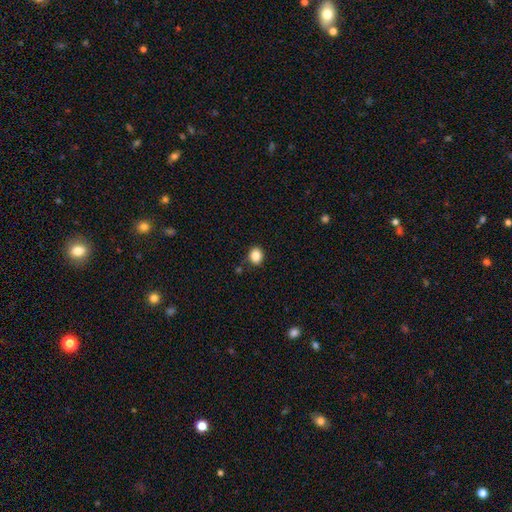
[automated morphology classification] smooth_or_featured: smooth (p=0.86) [alt: star or artifact p=0.10]
how_rounded: round (p=0.66) [alt: in between p=0.33]
merging: none (p=0.83) [alt: minor disturbance p=0.11]